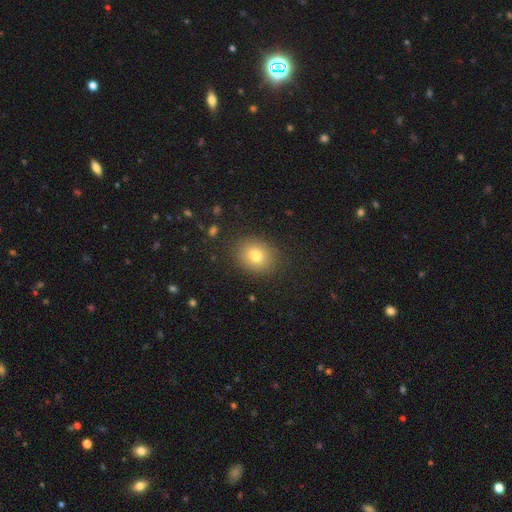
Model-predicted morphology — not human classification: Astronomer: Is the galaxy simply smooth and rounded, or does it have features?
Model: smooth — 78%.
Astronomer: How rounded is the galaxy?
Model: round — 57% (runner-up: in between, 42%).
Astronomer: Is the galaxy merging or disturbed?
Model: none — 86%.